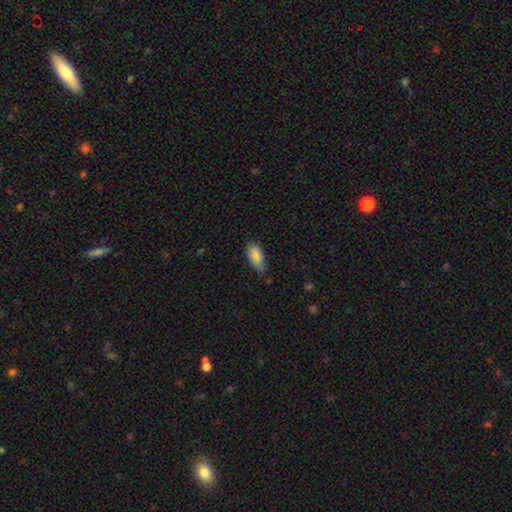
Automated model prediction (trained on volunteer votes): smooth 87%, star or artifact 7%, featured or disk 6%. Down the decision tree: how rounded — in between (88%); merging — none (56%).